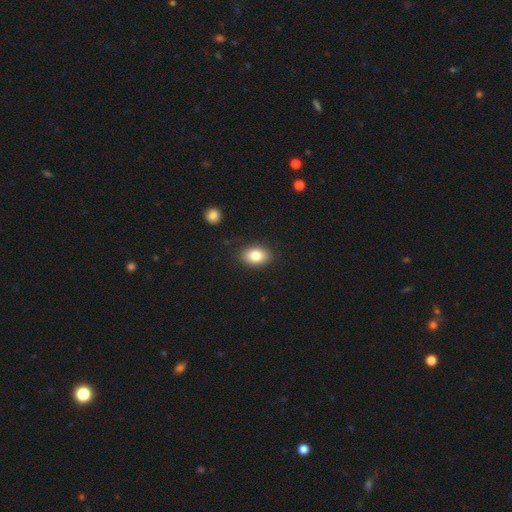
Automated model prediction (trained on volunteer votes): Overall: smooth (81%). How rounded: in between (81%). Merging: none (88%).